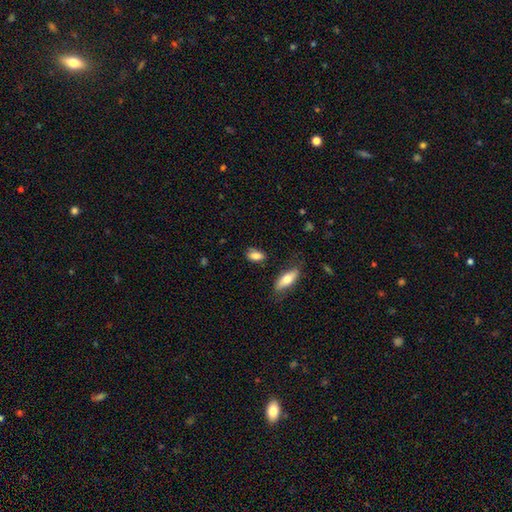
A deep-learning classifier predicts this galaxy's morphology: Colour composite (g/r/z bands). It shows a smooth galaxy with no disk features (81%) that is in between round and cigar-shaped (84%). Merging: none (77%).